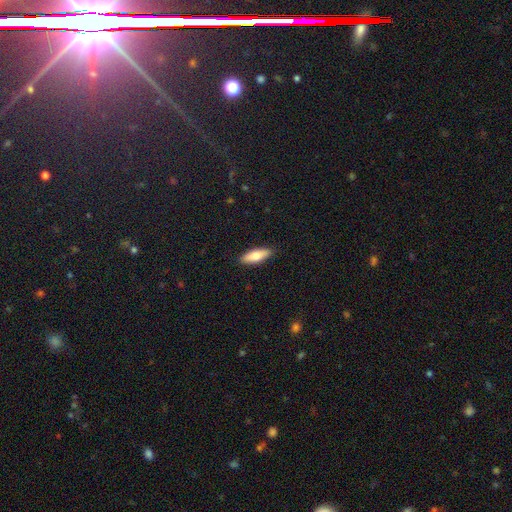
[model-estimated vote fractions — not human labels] Overall: smooth (78%). How rounded: in between (58%; cigar-shaped 40%). Merging: none (89%).